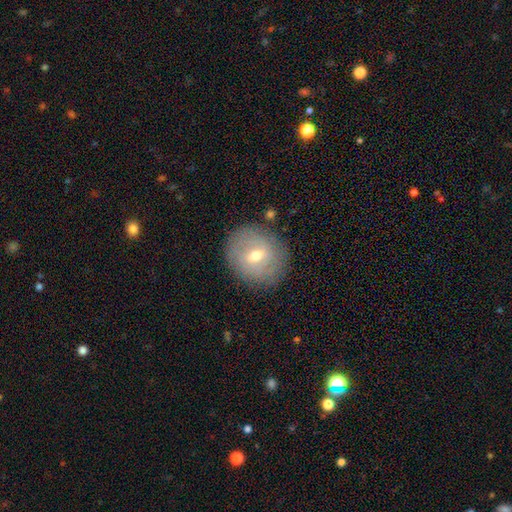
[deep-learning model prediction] A smooth galaxy with no disk features (48%).

Vote fractions:
- Smooth or featured? smooth: 48% / featured or disk: 42% / star or artifact: 10%
- Merging? none: 84% / minor disturbance: 10% / major disturbance: 4% / merger: 2%